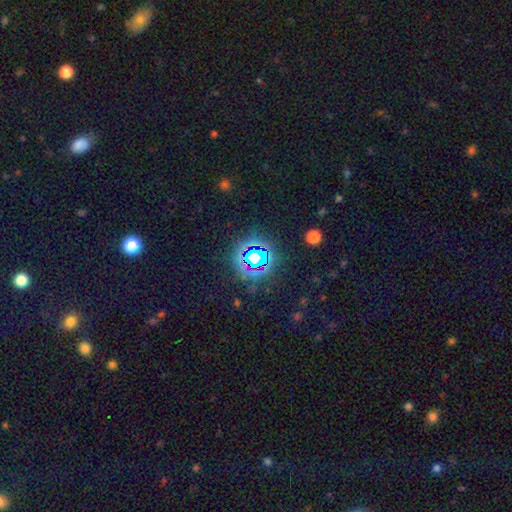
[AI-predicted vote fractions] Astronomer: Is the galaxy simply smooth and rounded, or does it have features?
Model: star or artifact — 73%.